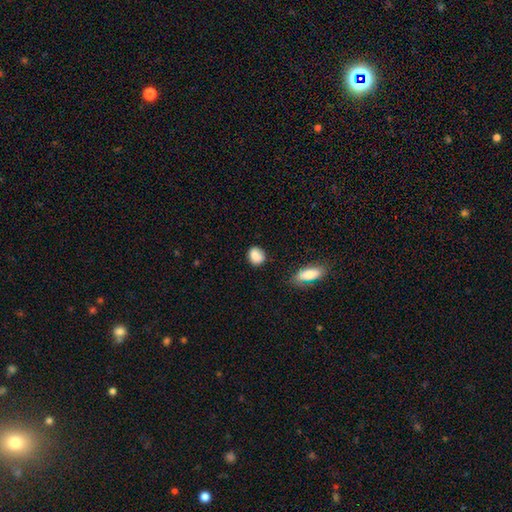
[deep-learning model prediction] A smooth galaxy with no disk features (86%) that is in between round and cigar-shaped (50%). Merging: none (75%).